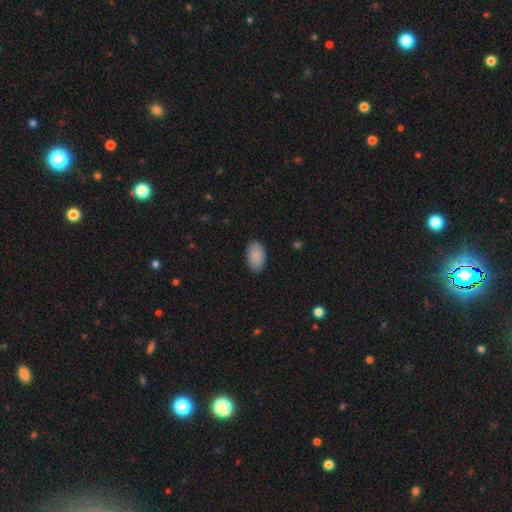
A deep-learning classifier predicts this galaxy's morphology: smooth 89%, star or artifact 6%, featured or disk 4%. Down the decision tree: how rounded — in between (94%); merging — none (87%).